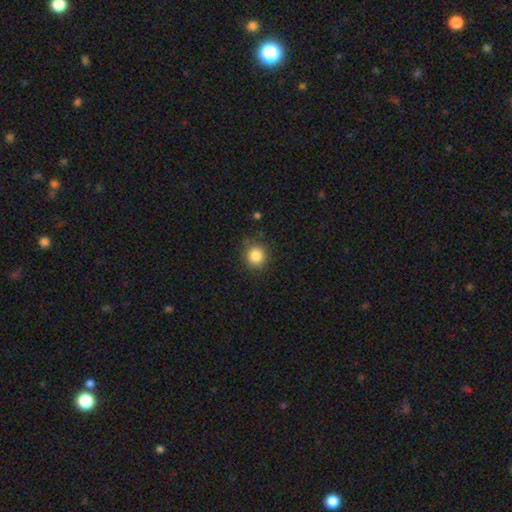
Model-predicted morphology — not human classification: The model was most divided on "merging": none: 83%, minor disturbance: 13%, major disturbance: 3%, merger: 1%. More confident: how rounded — round (90%); smooth or featured — smooth (84%).